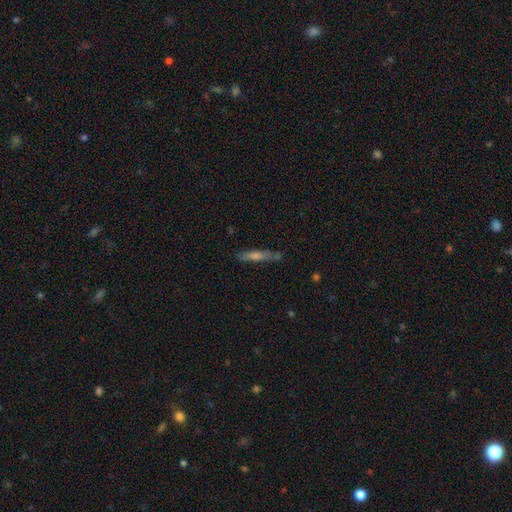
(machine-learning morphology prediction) type=smooth (48%); merging=none (77%).